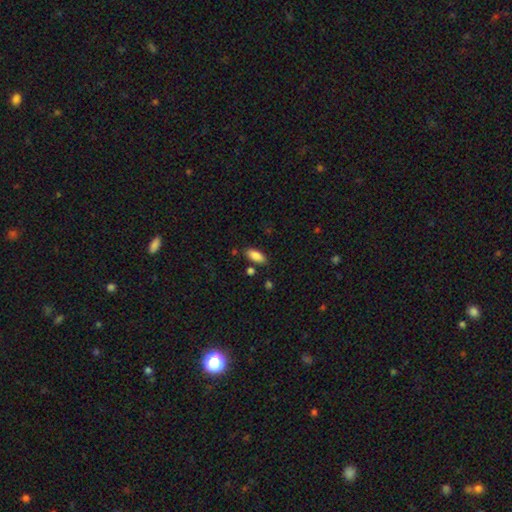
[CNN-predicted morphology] smooth_or_featured: smooth (p=0.87) [alt: star or artifact p=0.07]
how_rounded: in between (p=0.84) [alt: cigar-shaped p=0.14]
merging: none (p=0.82) [alt: minor disturbance p=0.11]